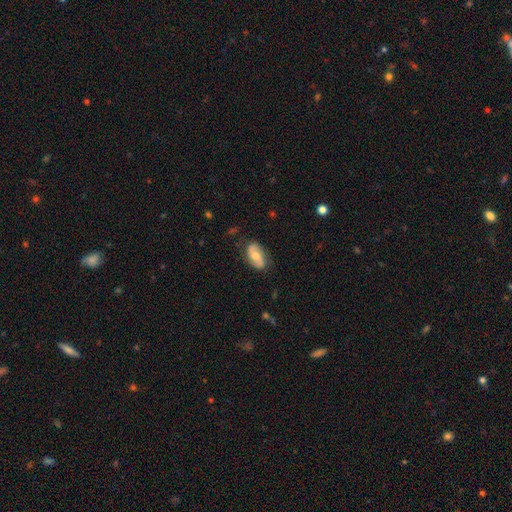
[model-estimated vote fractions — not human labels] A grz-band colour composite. It shows a featured or disk galaxy (58%) with no bar (53%), spiral arms (87%) and a moderate central bulge (62%). Merging: none (77%).